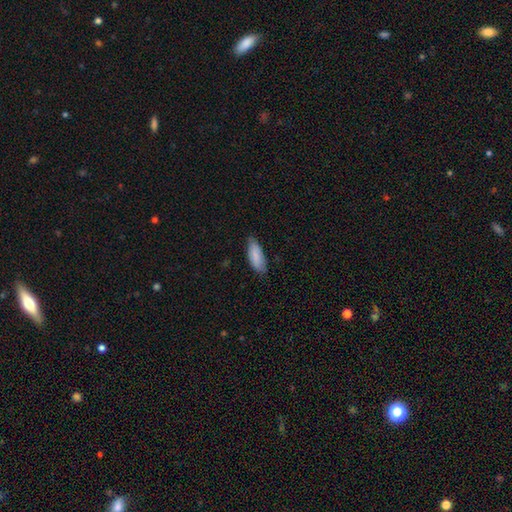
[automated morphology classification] smooth_or_featured: smooth (p=0.84) [alt: featured or disk p=0.10]
how_rounded: in between (p=0.76) [alt: cigar-shaped p=0.22]
merging: none (p=0.78) [alt: minor disturbance p=0.18]